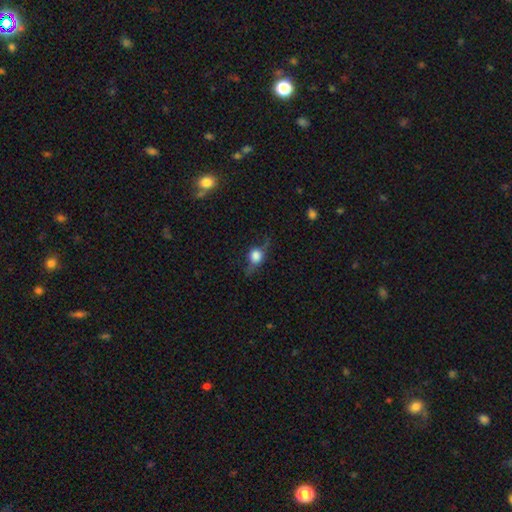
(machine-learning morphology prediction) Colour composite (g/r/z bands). It shows a smooth galaxy with no disk features (49%). Merging: none (64%).